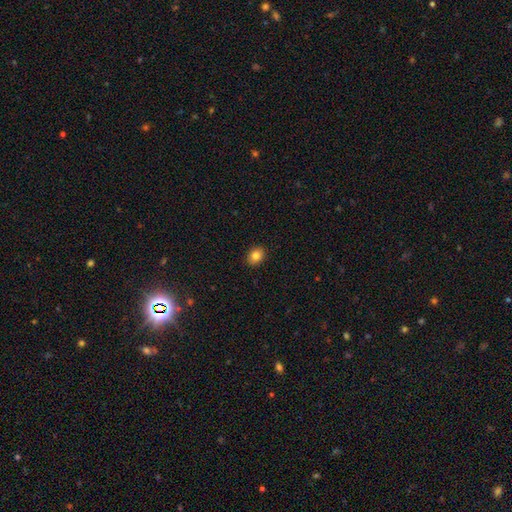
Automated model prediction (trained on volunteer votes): The model was most divided on "how rounded": in between: 51%, round: 48%, cigar-shaped: 1%. More confident: merging — none (91%); smooth or featured — smooth (84%).